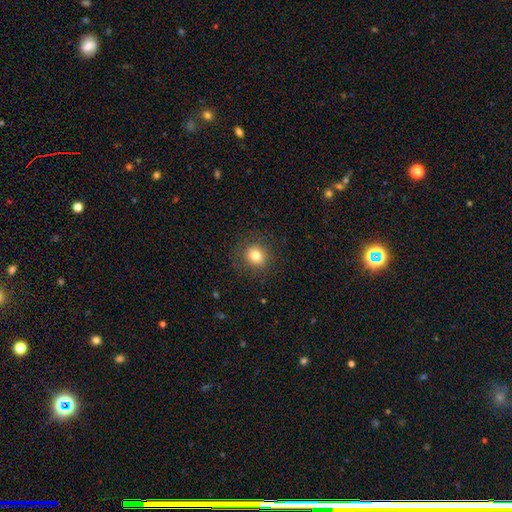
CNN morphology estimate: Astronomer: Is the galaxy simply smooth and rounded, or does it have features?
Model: smooth — 80%.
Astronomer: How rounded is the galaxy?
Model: round — 85%.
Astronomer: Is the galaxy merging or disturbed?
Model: none — 87%.